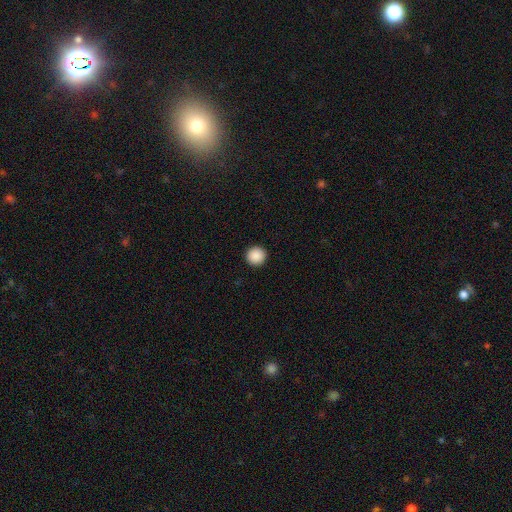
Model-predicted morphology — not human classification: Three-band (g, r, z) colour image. It shows a smooth galaxy with no disk features (89%) that is round (95%). Merging: none (94%).